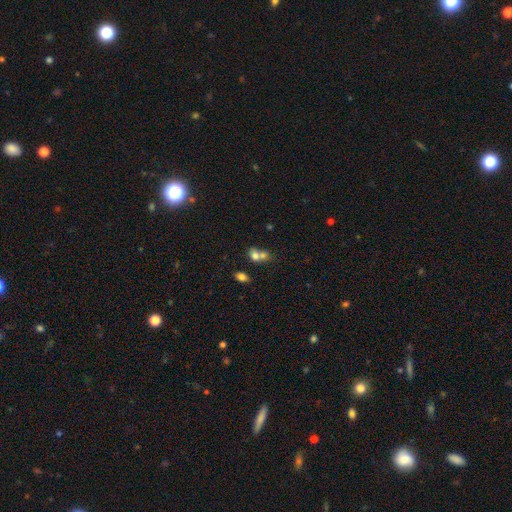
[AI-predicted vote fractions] A smooth galaxy with no disk features (72%) that is in between round and cigar-shaped (53%).

Vote fractions:
- Smooth or featured? smooth: 72% / featured or disk: 16% / star or artifact: 12%
- How rounded? in between: 53% / round: 45% / cigar-shaped: 2%
- Merging? merger: 62% / none: 27% / minor disturbance: 7% / major disturbance: 4%